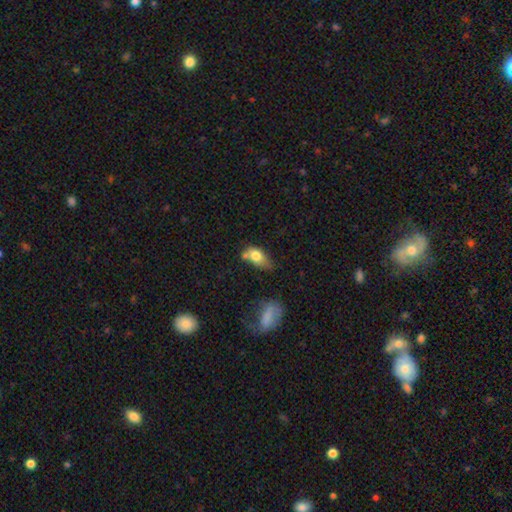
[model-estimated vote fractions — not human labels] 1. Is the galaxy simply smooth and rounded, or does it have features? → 74% smooth, 18% featured or disk, 8% star or artifact.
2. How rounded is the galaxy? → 83% in between, 12% round, 5% cigar-shaped.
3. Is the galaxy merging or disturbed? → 33% none, 28% minor disturbance, 25% merger, 14% major disturbance.